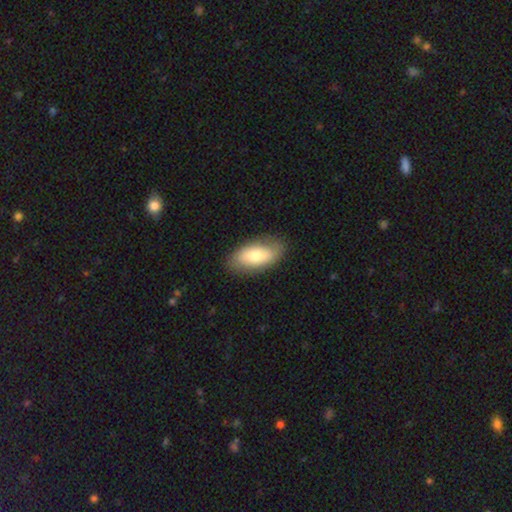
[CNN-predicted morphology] Smooth or featured: smooth — 73% (featured or disk — 21%)
How rounded: in between — 91% (cigar-shaped — 6%)
Merging: none — 80% (minor disturbance — 15%)